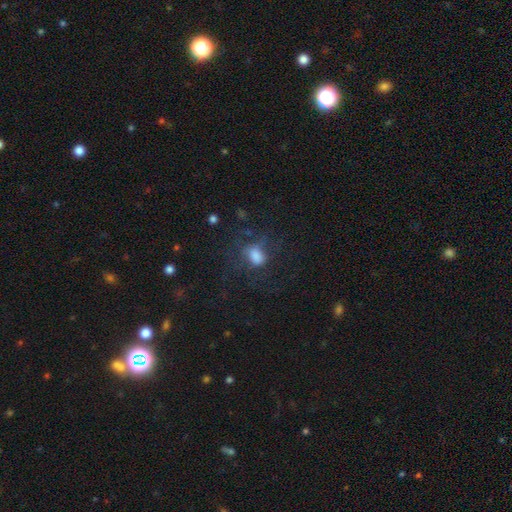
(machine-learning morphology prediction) Smooth or featured?
  - smooth: 64% *
  - featured or disk: 20%
  - star or artifact: 16%
How rounded?
  - in between: 57% *
  - round: 42%
  - cigar-shaped: 2%
Merging?
  - none: 46% *
  - major disturbance: 31%
  - minor disturbance: 20%
  - merger: 2%